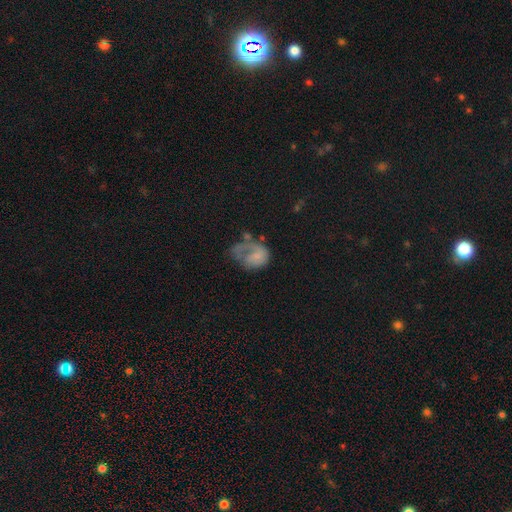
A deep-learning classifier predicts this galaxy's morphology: Smooth or featured? Predicted: featured or disk (p=0.46). Merging? Predicted: major disturbance (p=0.49).